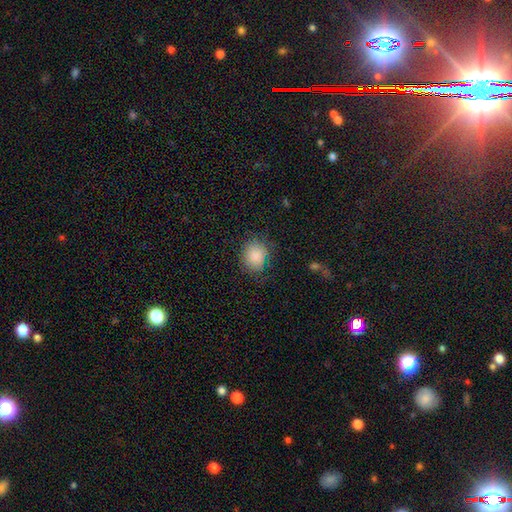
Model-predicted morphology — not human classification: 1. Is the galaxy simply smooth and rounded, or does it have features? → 86% smooth, 8% star or artifact, 6% featured or disk.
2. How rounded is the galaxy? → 74% round, 25% in between, 1% cigar-shaped.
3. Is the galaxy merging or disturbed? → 78% none, 15% minor disturbance, 5% major disturbance, 1% merger.